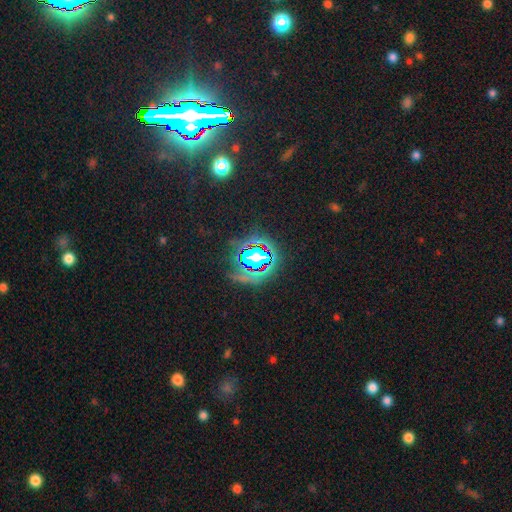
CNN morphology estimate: The model was most divided on "smooth or featured": star or artifact: 78%, smooth: 12%, featured or disk: 10%.